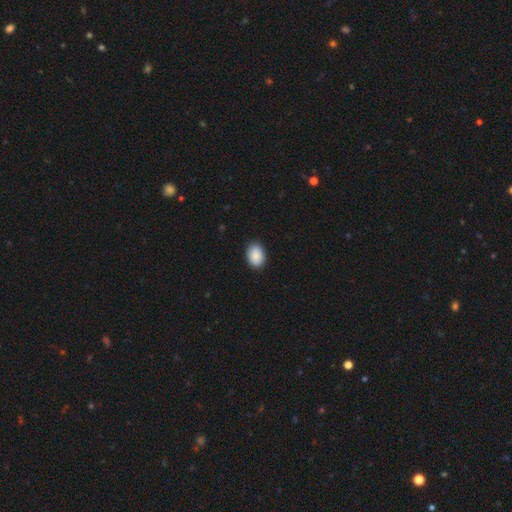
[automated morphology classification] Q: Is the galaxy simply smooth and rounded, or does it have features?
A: smooth — 90%.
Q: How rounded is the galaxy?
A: in between — 83%.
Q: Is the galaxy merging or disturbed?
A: none — 89%.